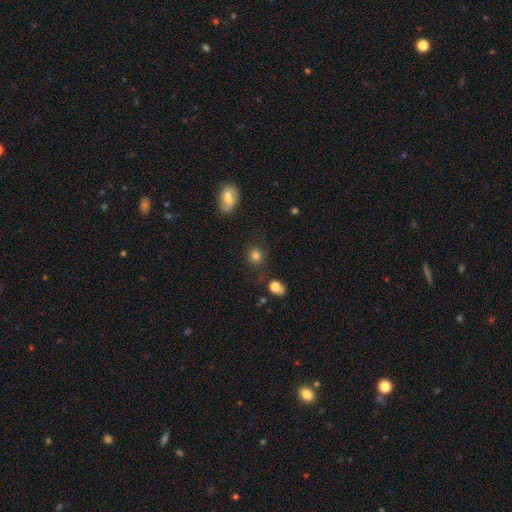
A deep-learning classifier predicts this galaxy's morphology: A smooth galaxy with no disk features (80%) that is round (81%). Merging: none (73%).